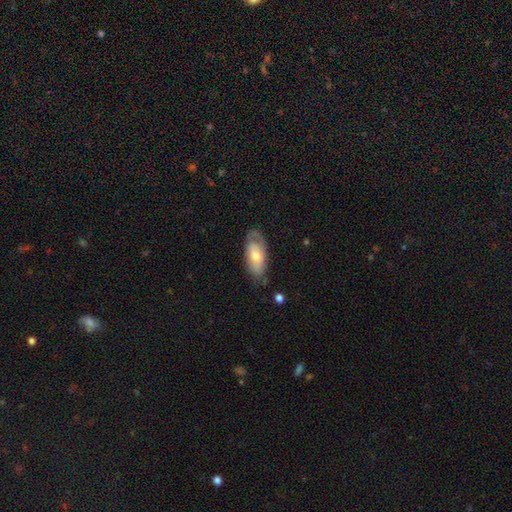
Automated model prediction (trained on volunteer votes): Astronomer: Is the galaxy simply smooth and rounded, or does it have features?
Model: smooth — 50% (runner-up: featured or disk, 45%).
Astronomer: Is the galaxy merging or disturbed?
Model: none — 58%.